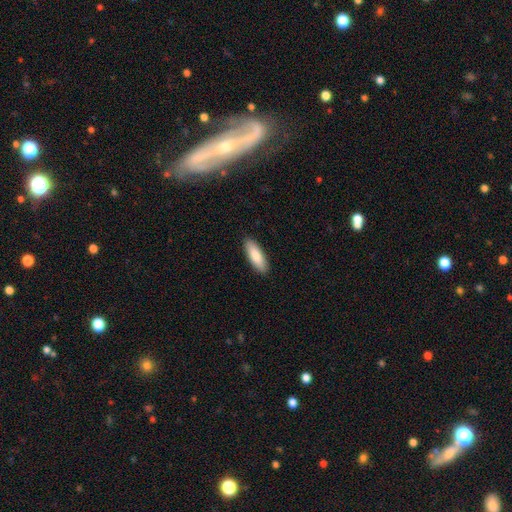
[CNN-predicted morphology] Q: Smooth or featured?
A: smooth (85%); runner-up: featured or disk (10%)
Q: How rounded?
A: in between (60%); runner-up: cigar-shaped (39%)
Q: Merging?
A: none (90%); runner-up: minor disturbance (7%)